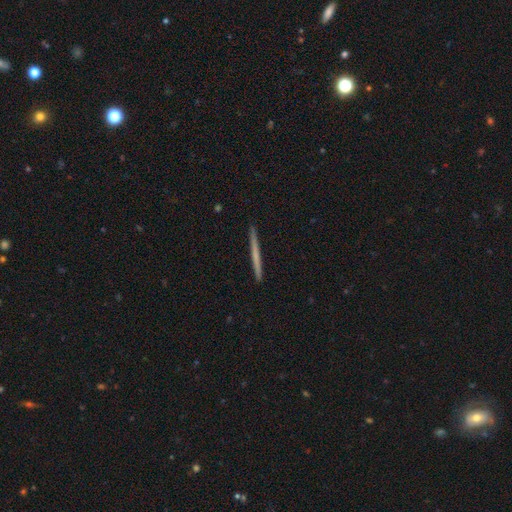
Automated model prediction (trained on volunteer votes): smooth 51%, featured or disk 44%, star or artifact 5%. Down the decision tree: how rounded — cigar-shaped (97%); merging — none (93%).